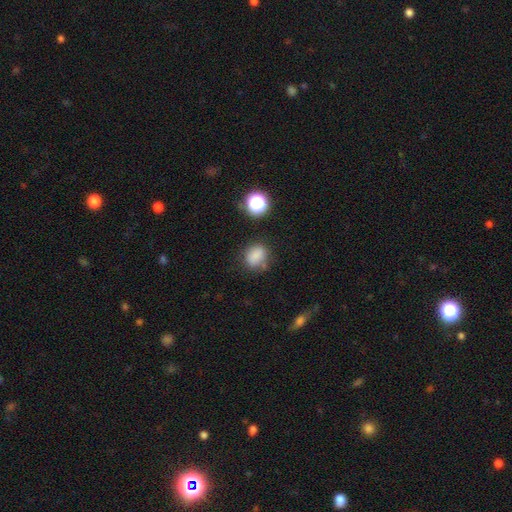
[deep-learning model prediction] smooth-or-featured: smooth: 80% | star or artifact: 13% | featured or disk: 7%
  how-rounded: round: 51% | in between: 48% | cigar-shaped: 1%
  merging: none: 70% | minor disturbance: 19% | major disturbance: 6% | merger: 5%